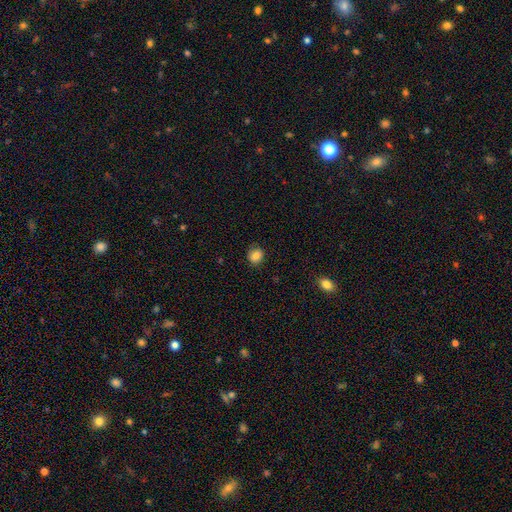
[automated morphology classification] The model was most divided on "how rounded": round: 73%, in between: 26%, cigar-shaped: 1%. More confident: merging — none (84%); smooth or featured — smooth (83%).